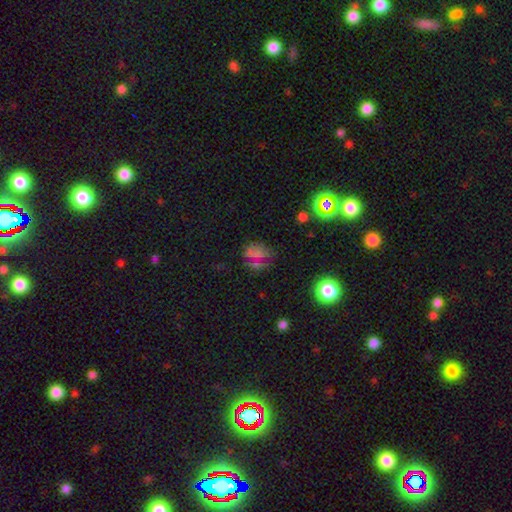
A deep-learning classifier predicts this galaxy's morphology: Smooth or featured? Predicted: smooth (p=0.52). How rounded? Predicted: round (p=0.49). Merging? Predicted: none (p=0.55).